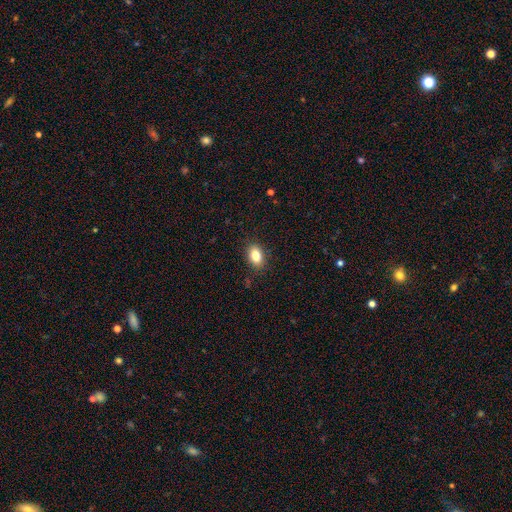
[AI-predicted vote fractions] Q: Smooth or featured?
A: smooth (85%); runner-up: star or artifact (9%)
Q: How rounded?
A: in between (84%); runner-up: round (14%)
Q: Merging?
A: none (87%); runner-up: minor disturbance (9%)